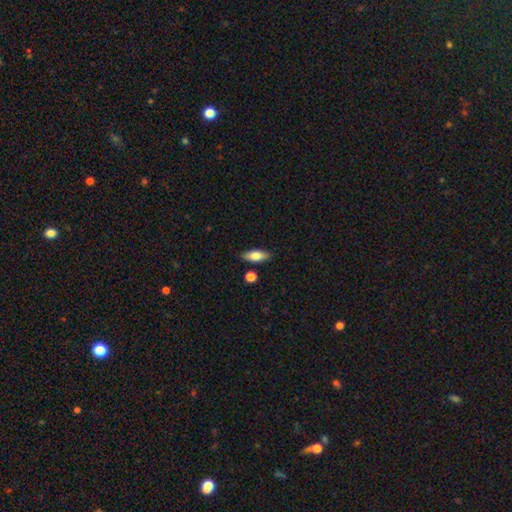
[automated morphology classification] Smooth or featured? smooth (77%)
How rounded? in between (75%)
Merging? none (83%)